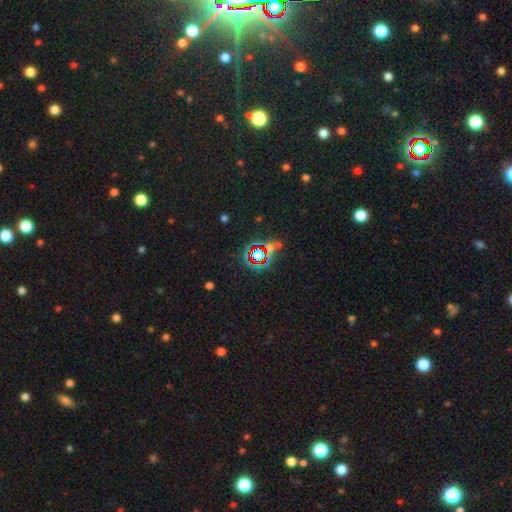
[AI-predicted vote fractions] The model was most divided on "smooth or featured": star or artifact: 72%, smooth: 18%, featured or disk: 10%.